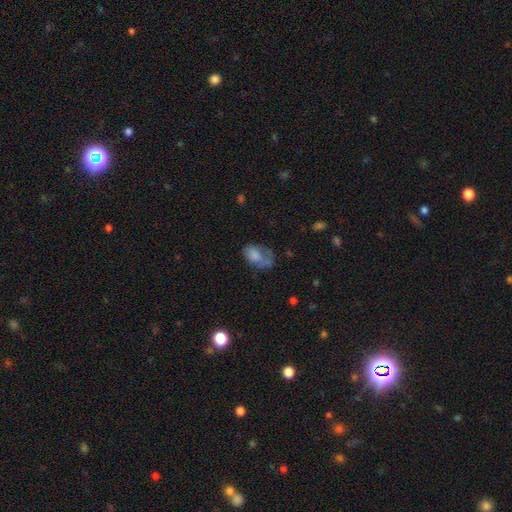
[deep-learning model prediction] smooth_or_featured: smooth (p=0.68) [alt: featured or disk p=0.22]
how_rounded: in between (p=0.88) [alt: round p=0.10]
merging: major disturbance (p=0.36) [alt: none p=0.31]